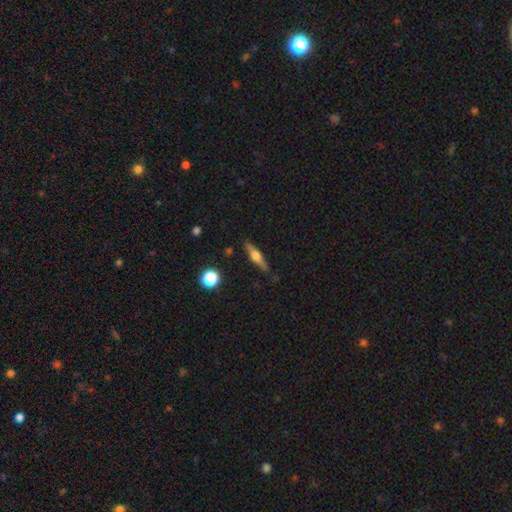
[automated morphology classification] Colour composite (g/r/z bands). It shows a featured or disk galaxy (65%) viewed edge-on (97%) with a rounded central bulge (90%). Merging: none (87%).